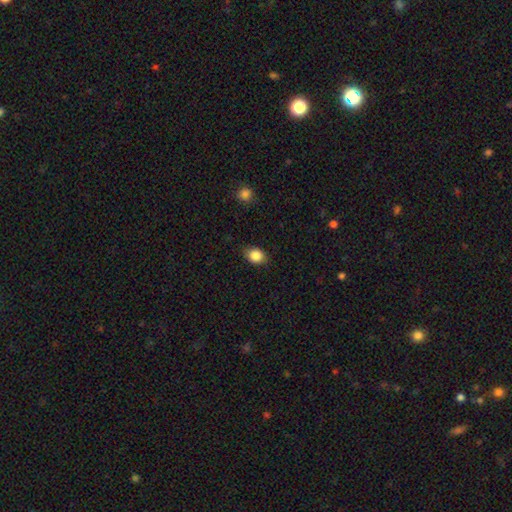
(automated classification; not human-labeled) Morphology: type=smooth (86%); roundness=in between (57%); merging=none (83%).